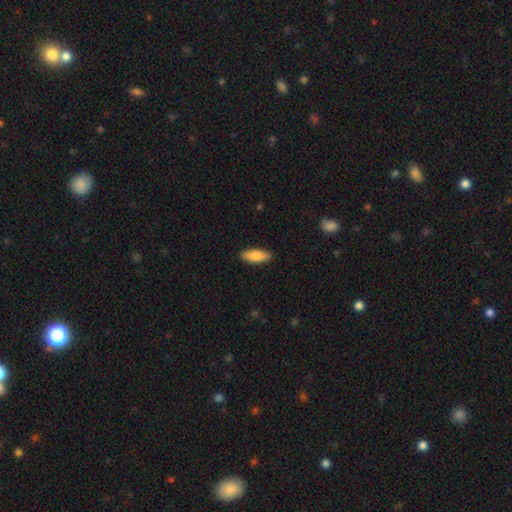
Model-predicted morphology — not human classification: type=smooth (85%); roundness=in between (68%); merging=none (90%).